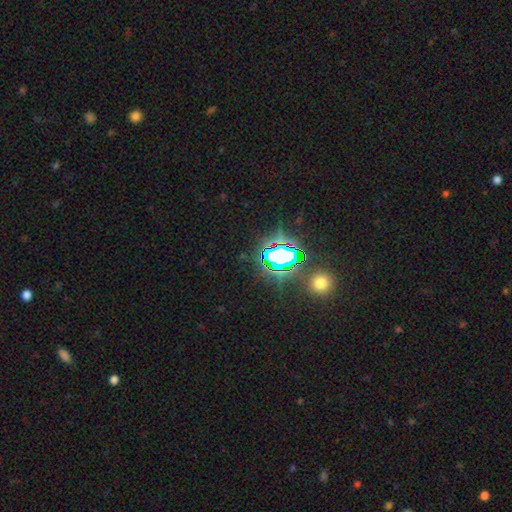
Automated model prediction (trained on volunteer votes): A star or artifact, not a galaxy (78%).